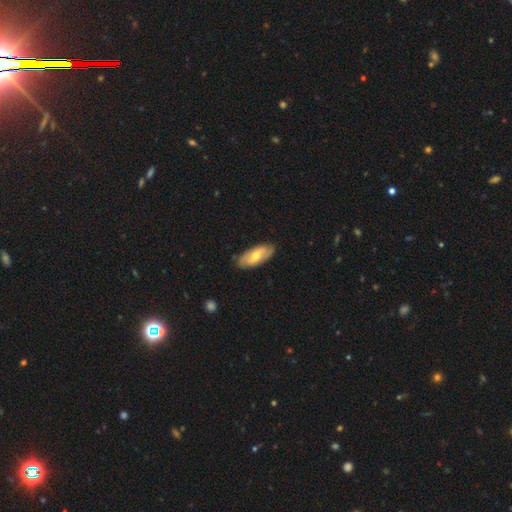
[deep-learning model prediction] Overall: smooth (56%; featured or disk 39%). How rounded: in between (85%). Merging: none (83%).